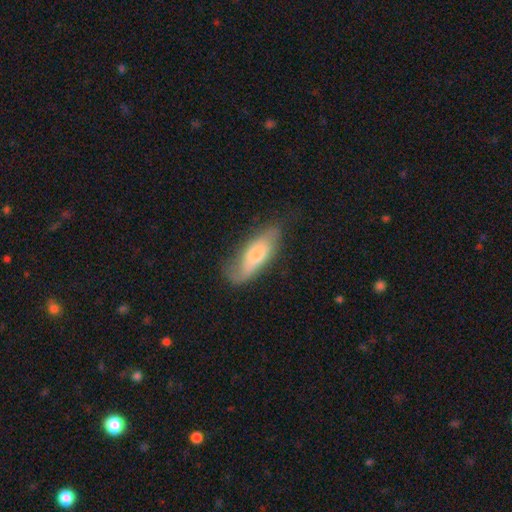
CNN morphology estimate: Smooth or featured? smooth (57%)
How rounded? in between (64%)
Merging? none (59%)